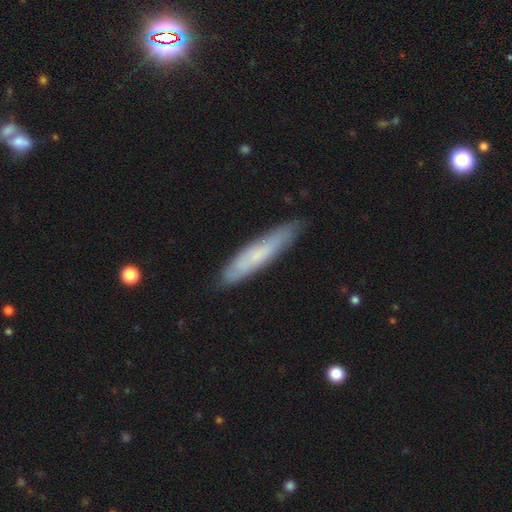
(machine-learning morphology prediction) Q: Smooth or featured?
A: smooth (54%); runner-up: featured or disk (40%)
Q: How rounded?
A: cigar-shaped (85%); runner-up: in between (13%)
Q: Merging?
A: none (83%); runner-up: minor disturbance (13%)